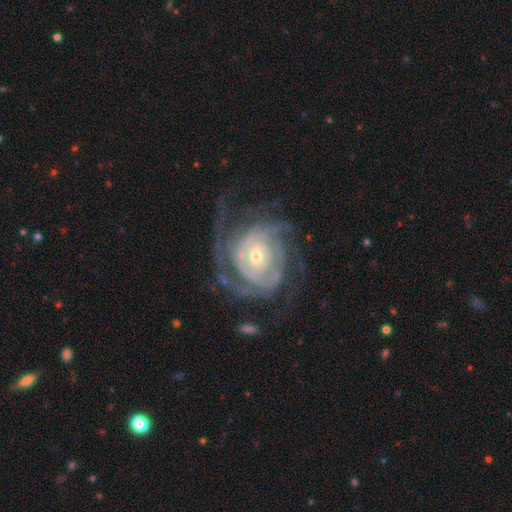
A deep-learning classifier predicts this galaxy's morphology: Smooth or featured? featured or disk (89%)
Edge-on disk? no (97%)
Bar? no (66%)
Spiral arms? yes (96%)
Spiral winding? tight (70%)
Spiral arm count? can't tell (29%)
Bulge size? small (53%)
Merging? none (63%)